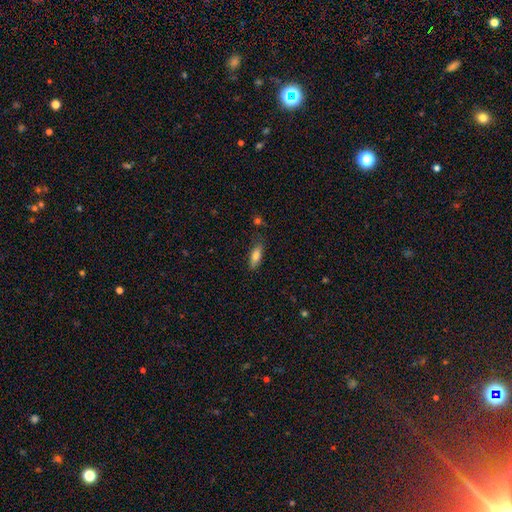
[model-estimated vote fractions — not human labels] A smooth galaxy with no disk features (78%) that is in between round and cigar-shaped (67%).

Vote fractions:
- Smooth or featured? smooth: 78% / featured or disk: 15% / star or artifact: 7%
- How rounded? in between: 67% / cigar-shaped: 31% / round: 2%
- Merging? none: 78% / minor disturbance: 16% / major disturbance: 4% / merger: 2%